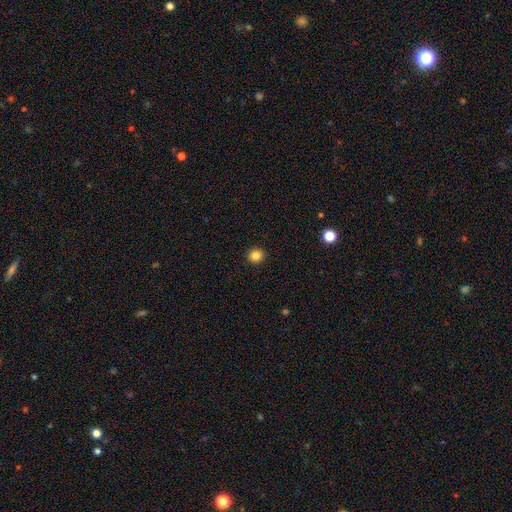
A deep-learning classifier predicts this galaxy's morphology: Smooth or featured: smooth — 84% (star or artifact — 11%)
How rounded: round — 85% (in between — 14%)
Merging: none — 92% (minor disturbance — 5%)